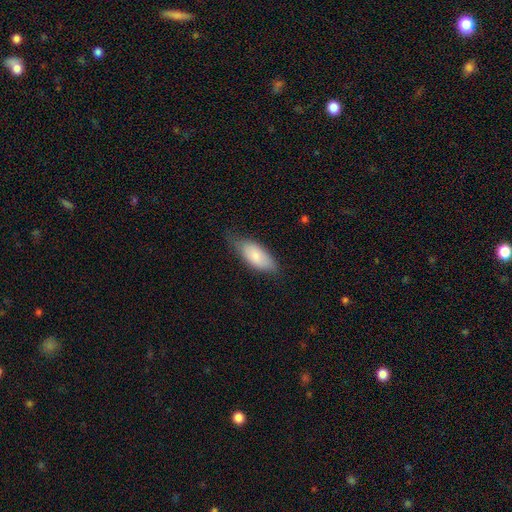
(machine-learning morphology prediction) A smooth galaxy with no disk features (81%) that is in between round and cigar-shaped (86%).

Vote fractions:
- Smooth or featured? smooth: 81% / featured or disk: 14% / star or artifact: 6%
- How rounded? in between: 86% / cigar-shaped: 12% / round: 2%
- Merging? none: 59% / minor disturbance: 32% / major disturbance: 8% / merger: 1%